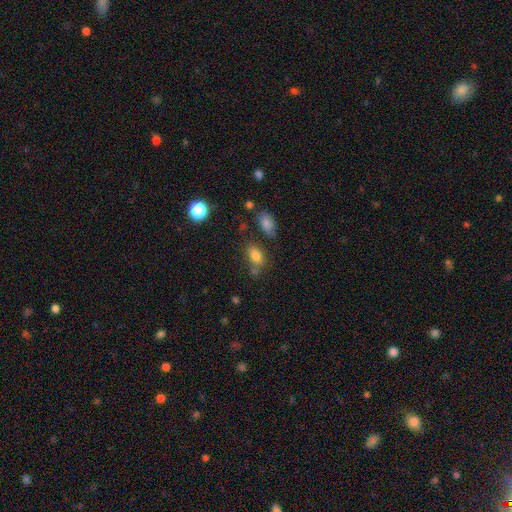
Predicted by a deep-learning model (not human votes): A smooth galaxy with no disk features (80%) that is in between round and cigar-shaped (84%).

Vote fractions:
- Smooth or featured? smooth: 80% / star or artifact: 12% / featured or disk: 9%
- How rounded? in between: 84% / round: 13% / cigar-shaped: 2%
- Merging? none: 62% / minor disturbance: 19% / merger: 13% / major disturbance: 6%